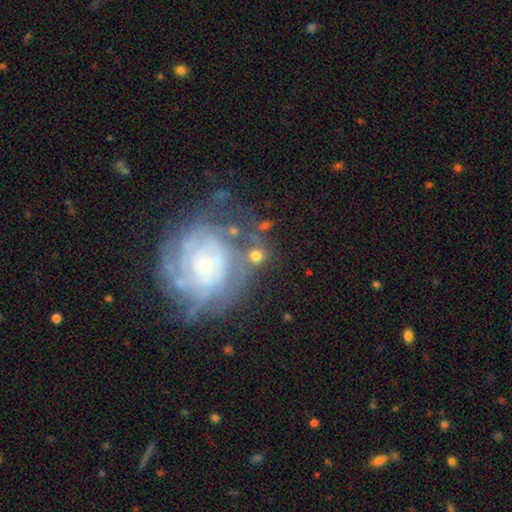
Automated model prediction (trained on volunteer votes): A smooth galaxy with no disk features (52%) that is round (82%).

Vote fractions:
- Smooth or featured? smooth: 52% / featured or disk: 35% / star or artifact: 13%
- How rounded? round: 82% / in between: 17% / cigar-shaped: 1%
- Merging? none: 59% / minor disturbance: 16% / merger: 15% / major disturbance: 10%